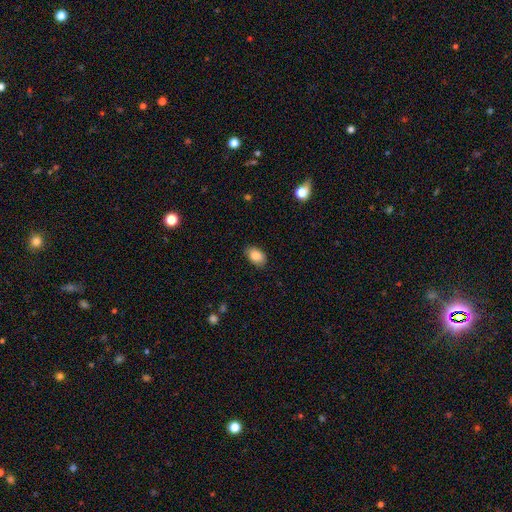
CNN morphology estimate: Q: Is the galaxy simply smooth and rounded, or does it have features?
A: smooth — 86%.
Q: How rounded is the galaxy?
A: in between — 87%.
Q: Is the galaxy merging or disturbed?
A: none — 83%.